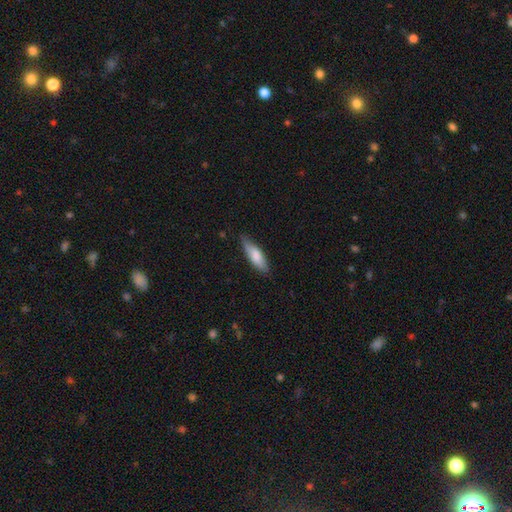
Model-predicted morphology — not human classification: This appears to be a smooth galaxy with no disk features (77%) that is cigar-shaped (52%). Merging: none (75%).